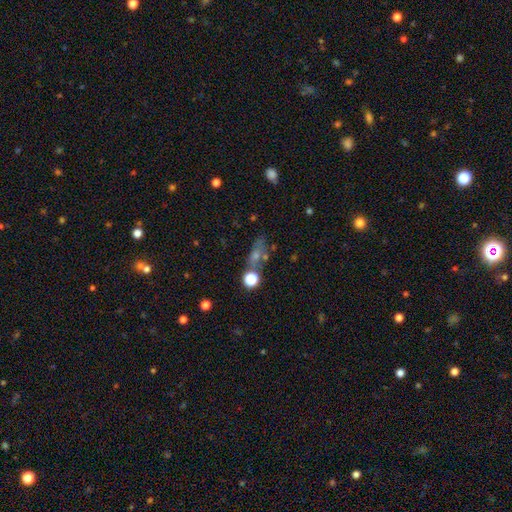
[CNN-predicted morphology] Overall: smooth (42%; star or artifact 33%). Merging: none (60%).